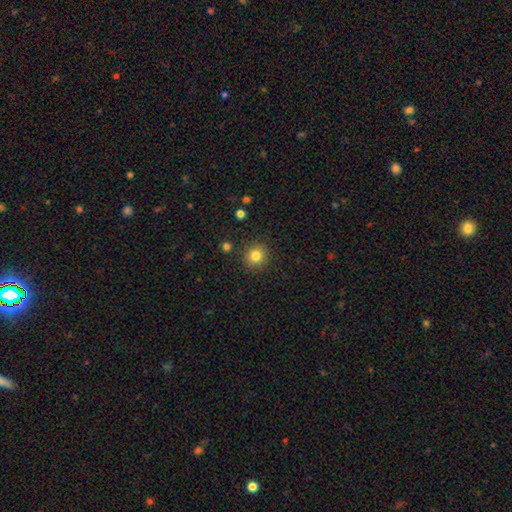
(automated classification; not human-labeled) Morphology: type=smooth (82%); roundness=round (85%); merging=none (89%).